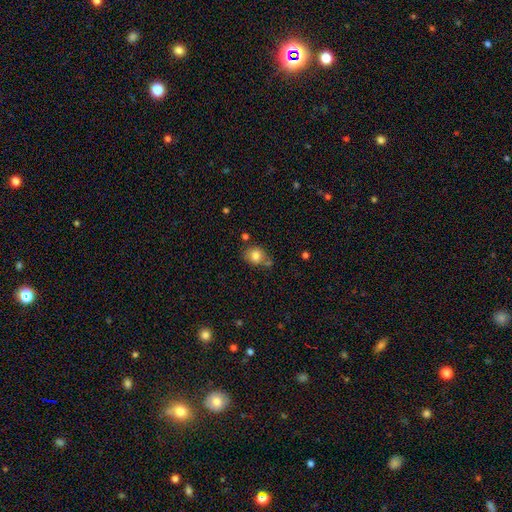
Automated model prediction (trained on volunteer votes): The model was most divided on "how rounded": round: 73%, in between: 26%, cigar-shaped: 1%. More confident: smooth or featured — smooth (80%); merging — none (67%).